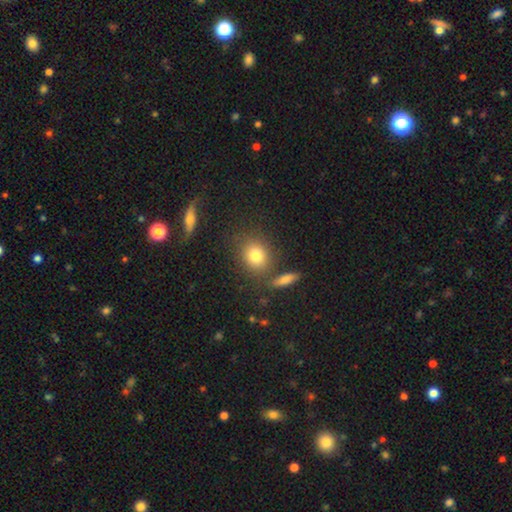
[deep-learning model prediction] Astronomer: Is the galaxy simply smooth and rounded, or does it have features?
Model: smooth — 79%.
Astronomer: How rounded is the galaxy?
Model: round — 69%.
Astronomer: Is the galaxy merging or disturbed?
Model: none — 76%.